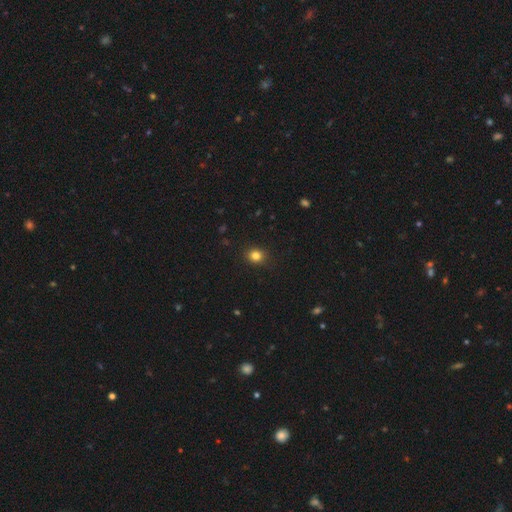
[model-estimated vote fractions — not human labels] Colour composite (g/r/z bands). It shows a smooth galaxy with no disk features (83%) that is round (71%). Merging: none (89%).